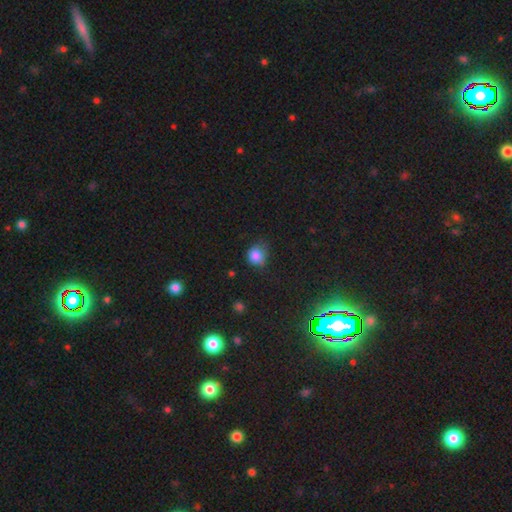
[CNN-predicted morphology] A smooth galaxy with no disk features (82%) that is round (78%). Merging: none (50%).